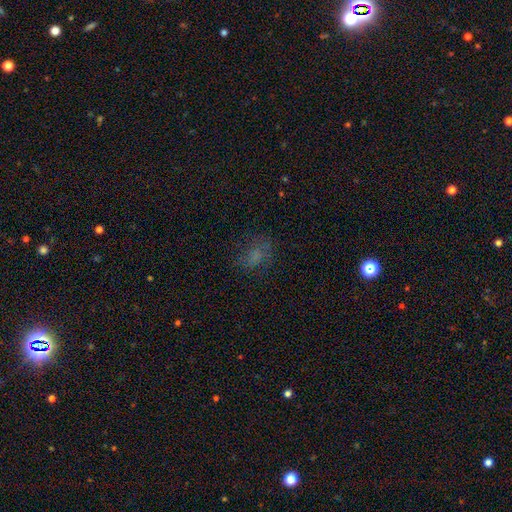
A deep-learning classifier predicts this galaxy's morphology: The model was most divided on "smooth or featured": smooth: 56%, star or artifact: 24%, featured or disk: 20%. More confident: how rounded — in between (71%); merging — none (61%).